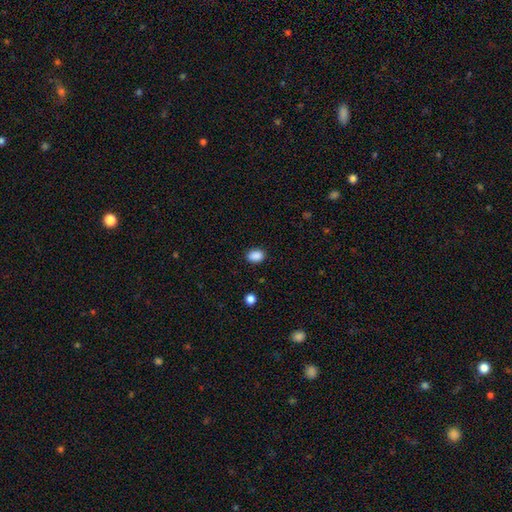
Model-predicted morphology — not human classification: A smooth galaxy with no disk features (89%) that is in between round and cigar-shaped (73%).

Vote fractions:
- Smooth or featured? smooth: 89% / star or artifact: 9% / featured or disk: 3%
- How rounded? in between: 73% / round: 26% / cigar-shaped: 1%
- Merging? none: 87% / minor disturbance: 9% / major disturbance: 2% / merger: 1%